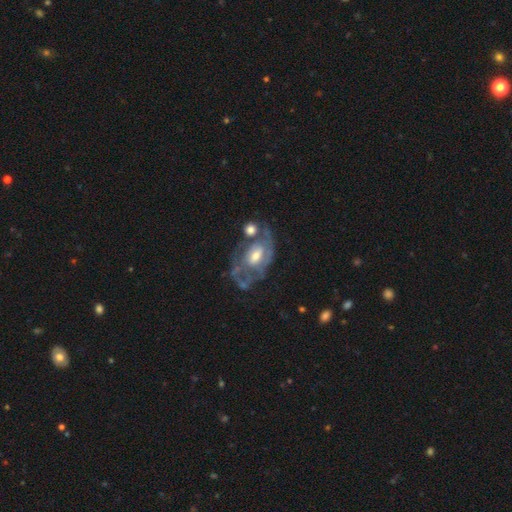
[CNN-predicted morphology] This appears to be a featured or disk galaxy (75%) with no bar (56%), spiral arms (65%) and a moderate central bulge (60%). Merging: none (39%).